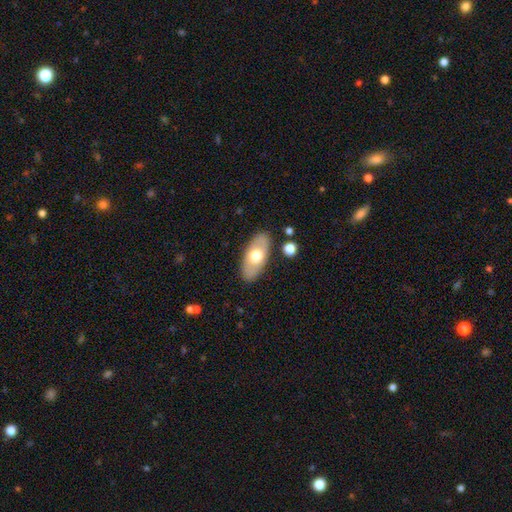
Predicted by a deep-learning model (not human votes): Overall: smooth (58%; featured or disk 36%). How rounded: in between (90%). Merging: none (85%).